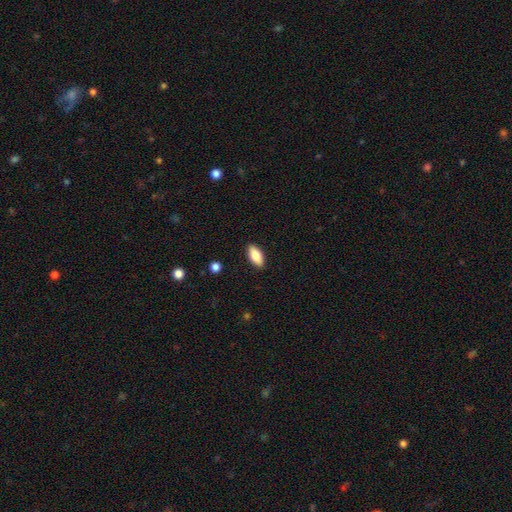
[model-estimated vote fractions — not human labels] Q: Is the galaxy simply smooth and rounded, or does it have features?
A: smooth — 83%.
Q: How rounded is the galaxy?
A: in between — 88%.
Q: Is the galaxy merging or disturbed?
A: none — 89%.